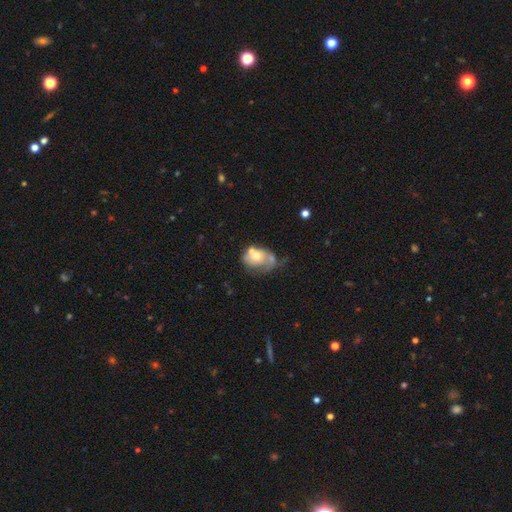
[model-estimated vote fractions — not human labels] Morphology: type=smooth (55%); roundness=in between (65%); merging=merger (32%).